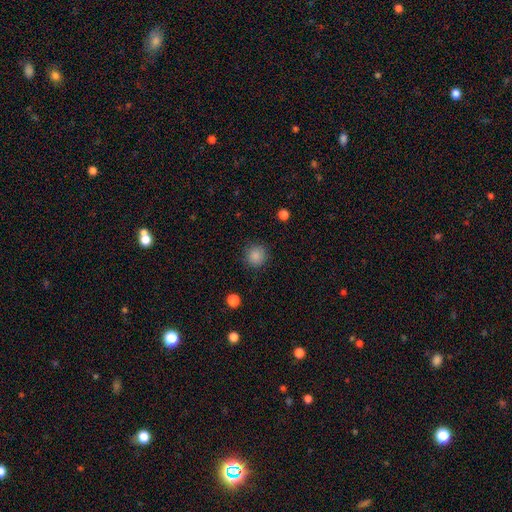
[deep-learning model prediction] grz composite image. It shows a smooth galaxy with no disk features (87%) that is round (93%). Merging: none (89%).